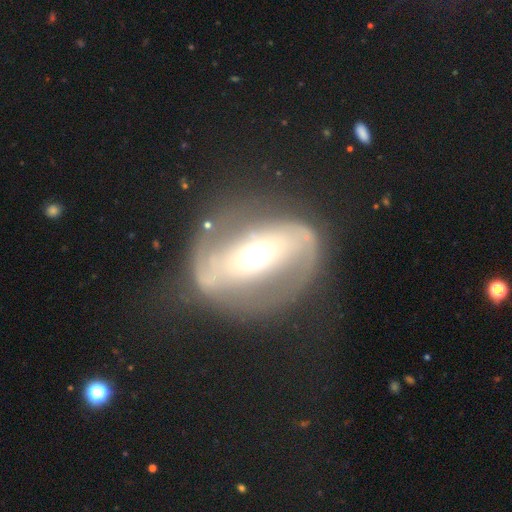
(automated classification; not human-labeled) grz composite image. It shows a featured or disk galaxy (83%) with a strong bar (53%), 2 (88%) medium (45%) spiral arms (84%) and a moderate central bulge (61%). Merging: none (69%).